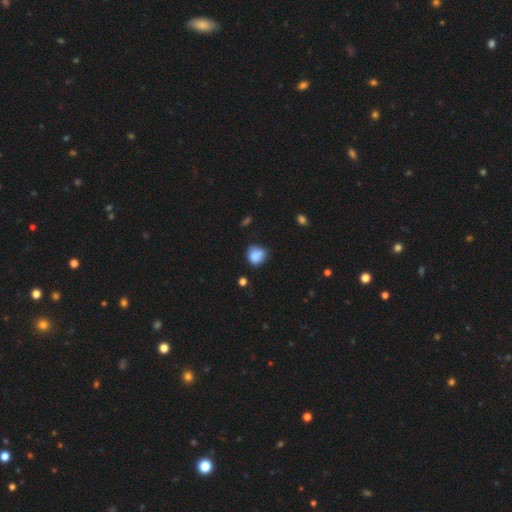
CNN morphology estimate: smooth 82%, star or artifact 9%, featured or disk 8%. Down the decision tree: how rounded — round (81%); merging — none (59%).